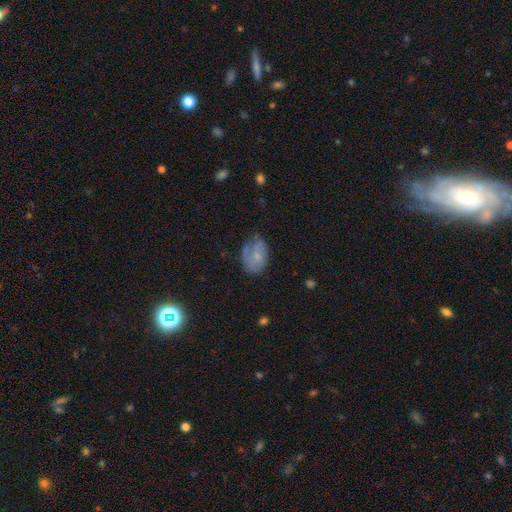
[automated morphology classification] smooth_or_featured: smooth (p=0.56) [alt: featured or disk p=0.35]
how_rounded: in between (p=0.79) [alt: round p=0.19]
merging: none (p=0.49) [alt: minor disturbance p=0.32]